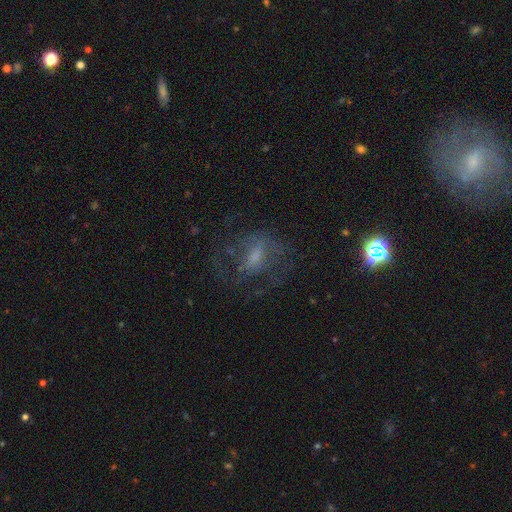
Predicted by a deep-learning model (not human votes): Q: Smooth or featured?
A: featured or disk (56%); runner-up: smooth (28%)
Q: Edge-on disk?
A: no (95%); runner-up: yes (5%)
Q: Bar?
A: weak (45%); runner-up: no (38%)
Q: Spiral arms?
A: yes (60%); runner-up: no (40%)
Q: Bulge size?
A: moderate (34%); runner-up: small (33%)
Q: Merging?
A: none (54%); runner-up: major disturbance (26%)